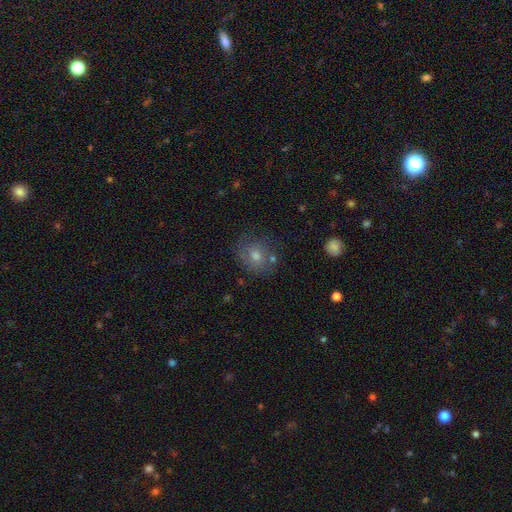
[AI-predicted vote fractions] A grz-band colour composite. It shows a smooth galaxy with no disk features (61%) that is round (73%). Merging: none (71%).